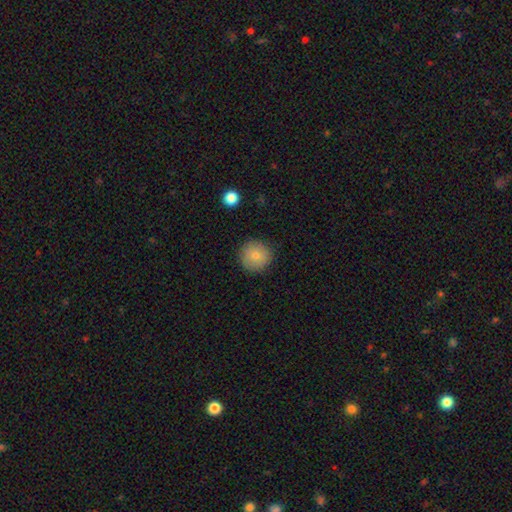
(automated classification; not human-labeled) smooth-or-featured: smooth: 81% | featured or disk: 11% | star or artifact: 9%
  how-rounded: round: 95% | in between: 4% | cigar-shaped: 1%
  merging: none: 89% | minor disturbance: 8% | major disturbance: 2% | merger: 1%